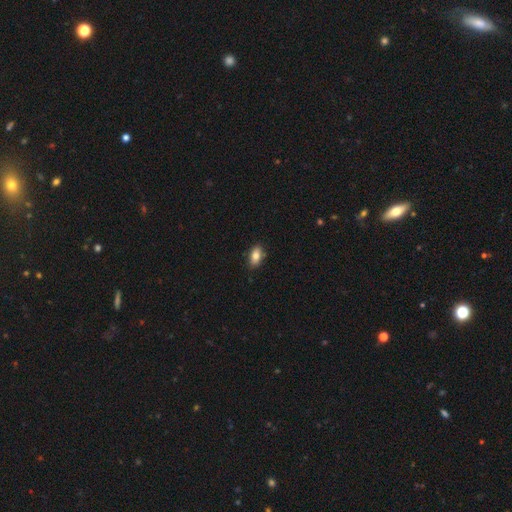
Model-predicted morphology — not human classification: type=smooth (82%); roundness=in between (89%); merging=none (84%).